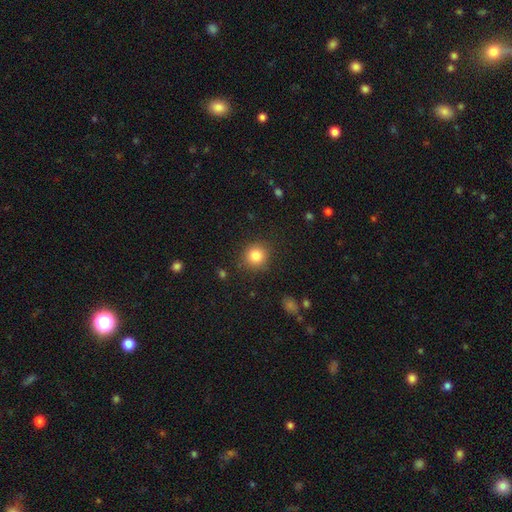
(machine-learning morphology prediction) A smooth galaxy with no disk features (83%) that is round (90%). Merging: none (87%).